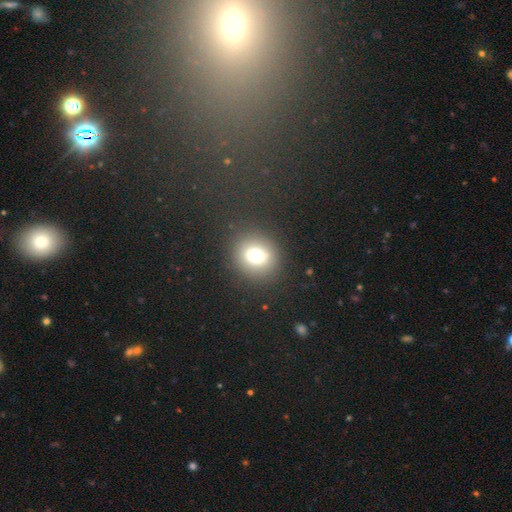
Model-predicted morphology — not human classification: smooth 73%, star or artifact 15%, featured or disk 12%. Down the decision tree: how rounded — round (79%); merging — none (86%).